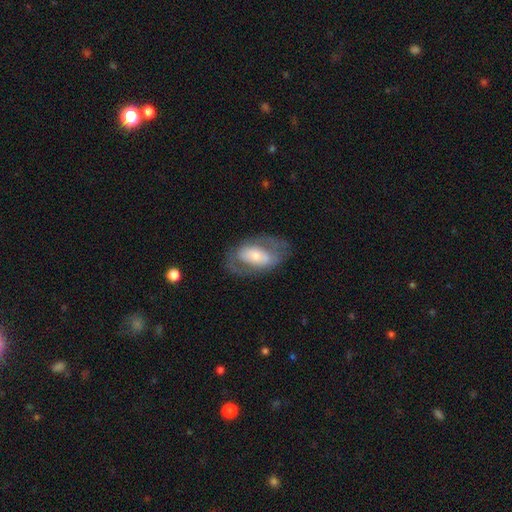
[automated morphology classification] Smooth or featured?
  - featured or disk: 59% *
  - smooth: 34%
  - star or artifact: 6%
Edge-on disk?
  - no: 91% *
  - yes: 9%
Bar?
  - no: 51% *
  - weak: 26%
  - strong: 23%
Spiral arms?
  - no: 54% *
  - yes: 46%
Bulge size?
  - moderate: 43% *
  - small: 42%
  - large: 10%
  - dominant: 2%
  - none: 2%
Merging?
  - none: 65% *
  - minor disturbance: 18%
  - major disturbance: 15%
  - merger: 2%